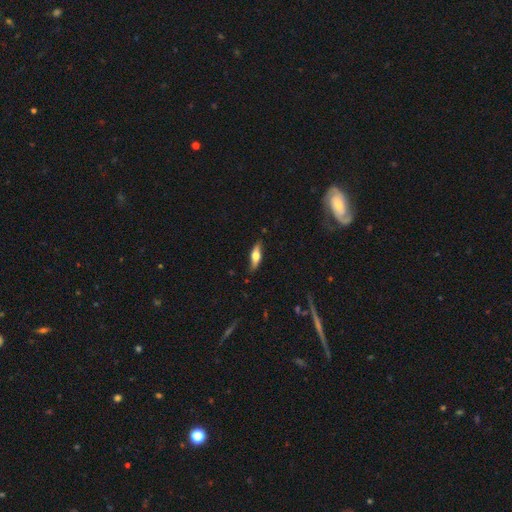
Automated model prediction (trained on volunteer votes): A smooth galaxy with no disk features (50%) that is cigar-shaped (51%). Merging: none (82%).